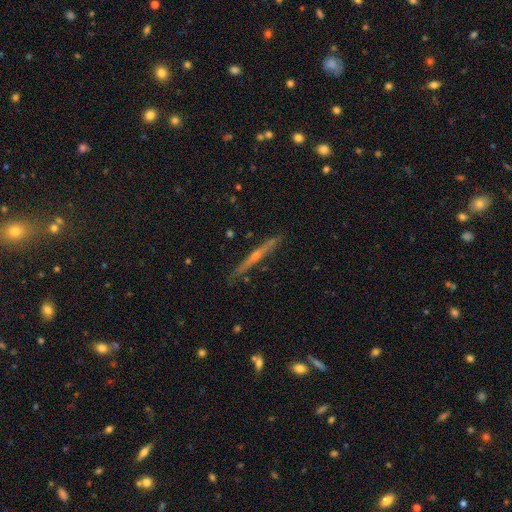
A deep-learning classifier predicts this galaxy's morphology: Smooth or featured?
  - featured or disk: 77% *
  - smooth: 16%
  - star or artifact: 7%
Edge-on disk?
  - yes: 98% *
  - no: 2%
Edge-on bulge?
  - rounded: 78% *
  - none: 18%
  - boxy: 4%
Merging?
  - none: 88% *
  - minor disturbance: 9%
  - major disturbance: 2%
  - merger: 2%